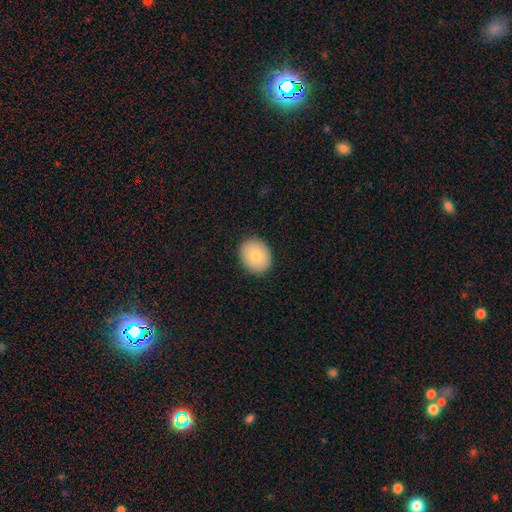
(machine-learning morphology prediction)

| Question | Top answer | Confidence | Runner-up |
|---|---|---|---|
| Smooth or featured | smooth | 78% | featured or disk (14%) |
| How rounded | round | 57% | in between (42%) |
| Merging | none | 89% | minor disturbance (8%) |